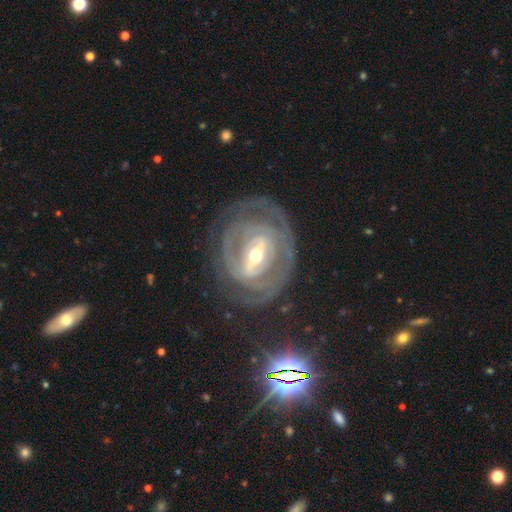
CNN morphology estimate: Smooth or featured: featured or disk — 87% (smooth — 8%)
Edge-on disk: no — 94% (yes — 6%)
Bar: strong — 60% (weak — 29%)
Spiral arms: yes — 87% (no — 13%)
Spiral winding: tight — 72% (medium — 21%)
Spiral arm count: can't tell — 38% (2 — 30%)
Bulge size: moderate — 56% (small — 38%)
Merging: none — 69% (minor disturbance — 17%)